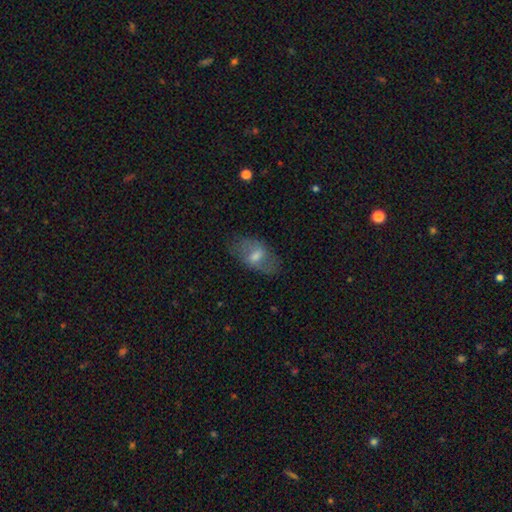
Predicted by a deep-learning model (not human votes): A smooth galaxy with no disk features (46%). Merging: none (75%).